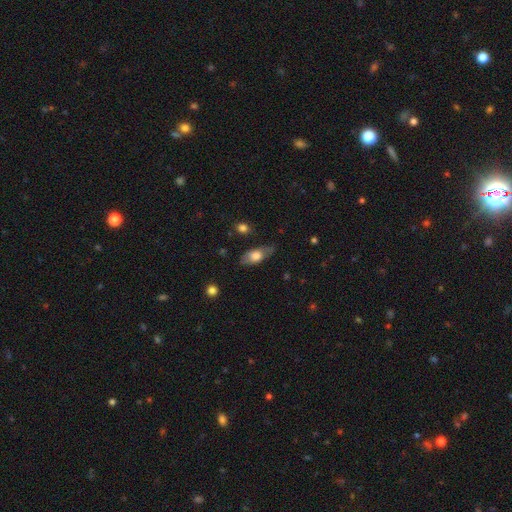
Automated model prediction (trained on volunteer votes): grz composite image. It shows a smooth galaxy with no disk features (63%) that is in between round and cigar-shaped (78%). Merging: none (71%).